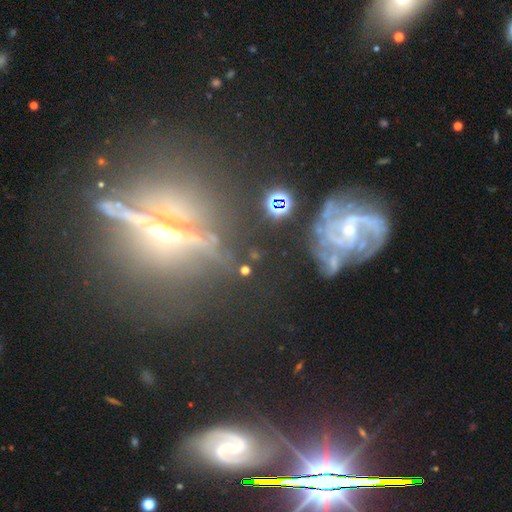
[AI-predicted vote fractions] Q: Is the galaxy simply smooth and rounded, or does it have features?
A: featured or disk — 65%.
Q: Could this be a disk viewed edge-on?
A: no — 52%.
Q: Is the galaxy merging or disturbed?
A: none — 70%.